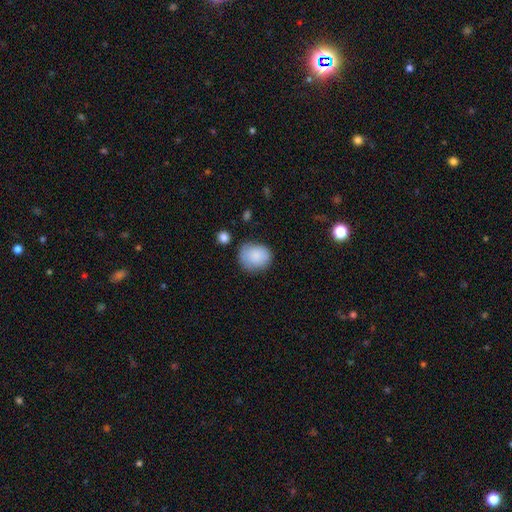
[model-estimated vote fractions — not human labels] A smooth galaxy with no disk features (86%) that is round (68%). Merging: none (68%).